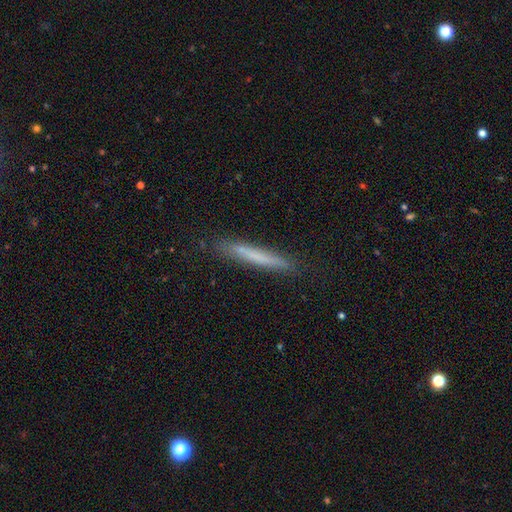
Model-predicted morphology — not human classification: The model was most divided on "smooth or featured": smooth: 63%, featured or disk: 30%, star or artifact: 7%. More confident: how rounded — cigar-shaped (96%); merging — none (86%).